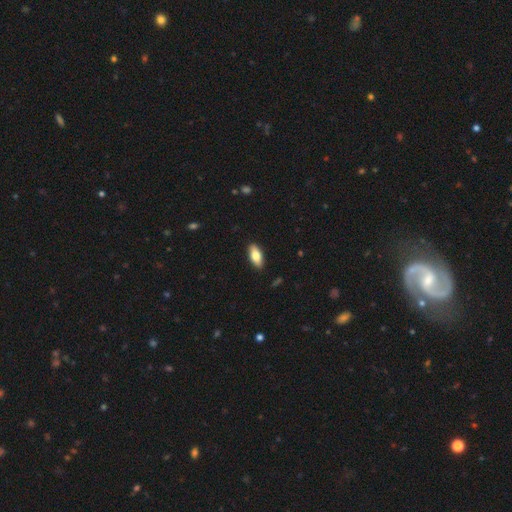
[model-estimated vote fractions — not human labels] smooth_or_featured: smooth (p=0.77) [alt: featured or disk p=0.16]
how_rounded: in between (p=0.84) [alt: cigar-shaped p=0.13]
merging: none (p=0.89) [alt: minor disturbance p=0.08]